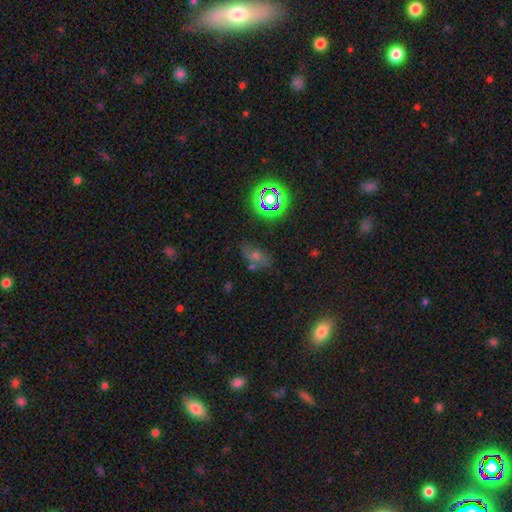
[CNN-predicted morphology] This appears to be a smooth galaxy with no disk features (41%). Merging: none (62%).